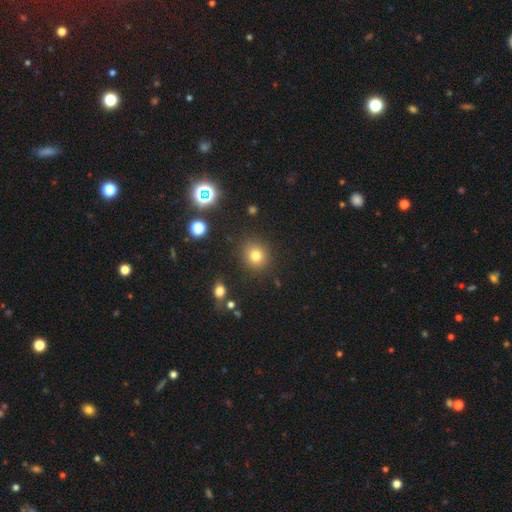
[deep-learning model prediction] Smooth or featured: smooth — 78% (star or artifact — 15%)
How rounded: round — 85% (in between — 14%)
Merging: none — 87% (minor disturbance — 8%)